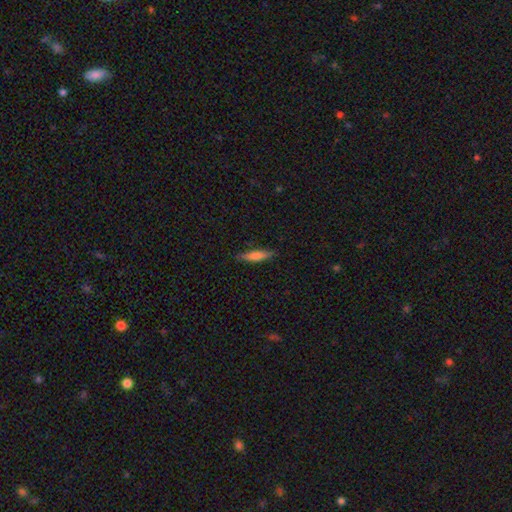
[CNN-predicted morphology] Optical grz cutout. It shows a smooth galaxy with no disk features (72%) that is cigar-shaped (81%). Merging: none (87%).